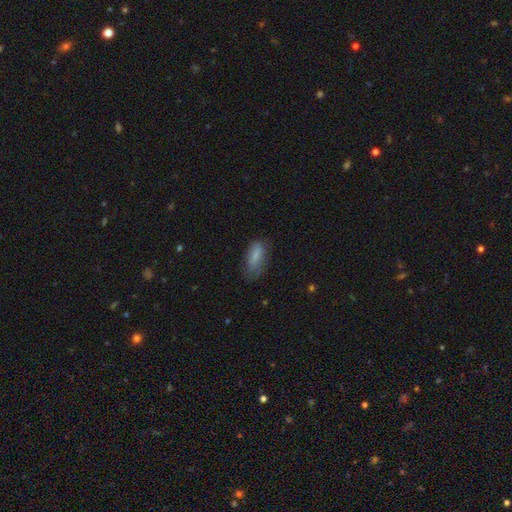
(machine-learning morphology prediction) A smooth galaxy with no disk features (79%) that is in between round and cigar-shaped (75%). Merging: none (58%).